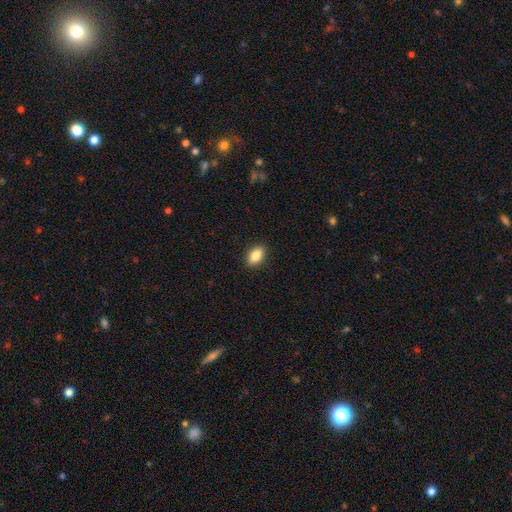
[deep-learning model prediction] Smooth or featured?
  - smooth: 86% *
  - star or artifact: 8%
  - featured or disk: 7%
How rounded?
  - in between: 89% *
  - round: 8%
  - cigar-shaped: 3%
Merging?
  - none: 91% *
  - minor disturbance: 7%
  - major disturbance: 2%
  - merger: 1%